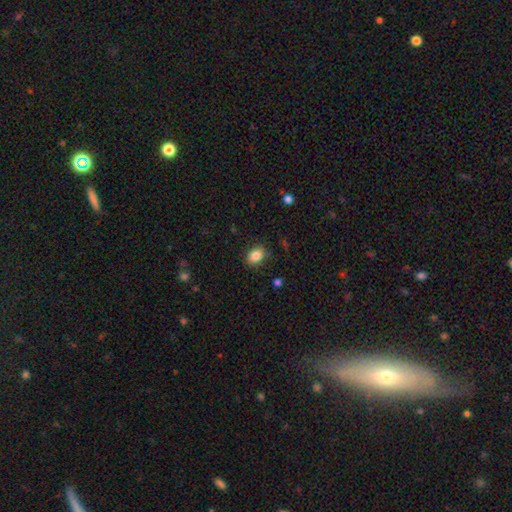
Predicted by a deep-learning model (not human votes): smooth_or_featured: smooth (p=0.85) [alt: star or artifact p=0.09]
how_rounded: in between (p=0.72) [alt: round p=0.26]
merging: none (p=0.86) [alt: minor disturbance p=0.10]